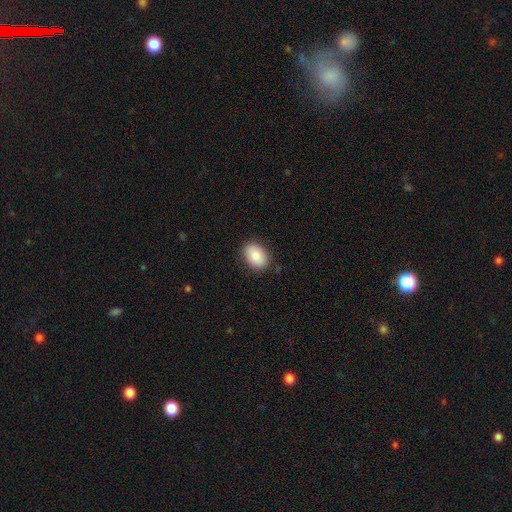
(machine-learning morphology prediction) A smooth galaxy with no disk features (86%) that is in between round and cigar-shaped (81%). Merging: none (86%).